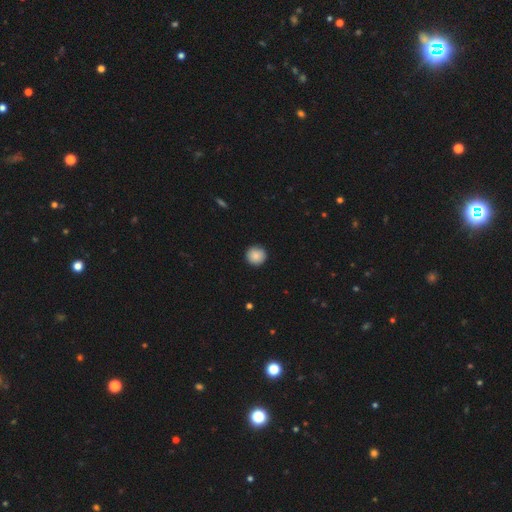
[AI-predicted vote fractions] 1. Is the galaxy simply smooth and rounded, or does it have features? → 88% smooth, 8% star or artifact, 4% featured or disk.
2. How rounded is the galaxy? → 96% round, 3% in between, 1% cigar-shaped.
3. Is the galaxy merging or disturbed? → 91% none, 6% minor disturbance, 1% major disturbance, 1% merger.